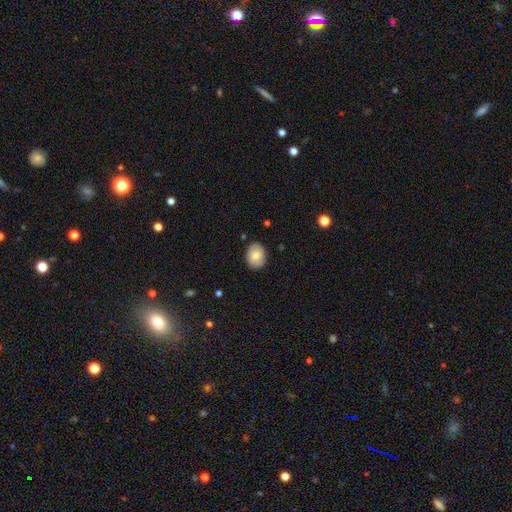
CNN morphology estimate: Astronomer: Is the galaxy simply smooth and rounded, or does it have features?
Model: smooth — 80%.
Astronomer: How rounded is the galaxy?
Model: in between — 68%.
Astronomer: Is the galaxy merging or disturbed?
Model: none — 87%.